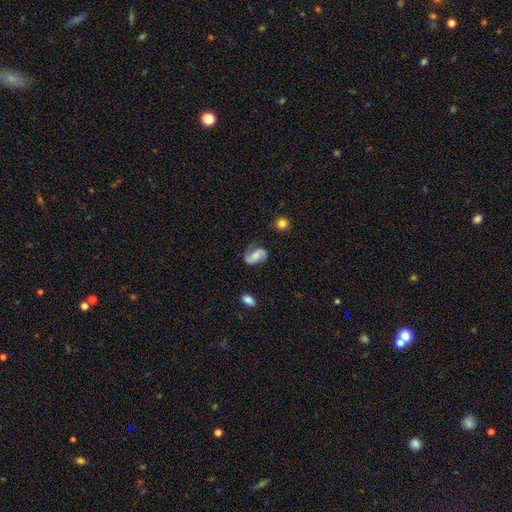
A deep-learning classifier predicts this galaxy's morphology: Smooth or featured?
  - featured or disk: 74% *
  - smooth: 19%
  - star or artifact: 7%
Edge-on disk?
  - no: 97% *
  - yes: 3%
Bar?
  - no: 49% *
  - weak: 36%
  - strong: 15%
Spiral arms?
  - yes: 95% *
  - no: 5%
Spiral winding?
  - loose: 46% *
  - medium: 39%
  - tight: 15%
Spiral arm count?
  - 2: 91% *
  - 1: 3%
  - can't tell: 3%
  - 3: 1%
  - 4: 1%
  - more than 4: 1%
Bulge size?
  - moderate: 32% *
  - none: 28%
  - small: 26%
  - large: 12%
  - dominant: 2%
Merging?
  - none: 74% *
  - minor disturbance: 17%
  - major disturbance: 7%
  - merger: 2%